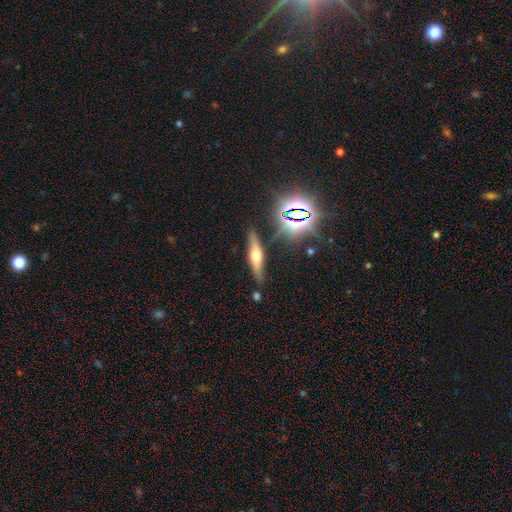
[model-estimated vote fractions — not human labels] Smooth or featured? featured or disk (55%)
Edge-on disk? yes (92%)
Edge-on bulge? rounded (91%)
Merging? none (83%)